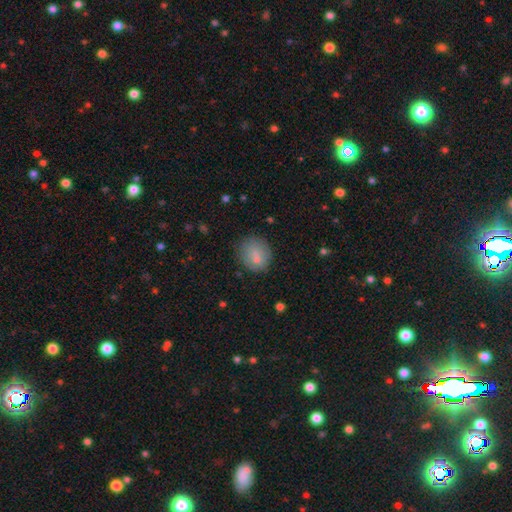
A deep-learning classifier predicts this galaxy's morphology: smooth_or_featured: smooth (p=0.76) [alt: featured or disk p=0.14]
how_rounded: round (p=0.75) [alt: in between p=0.24]
merging: none (p=0.69) [alt: minor disturbance p=0.18]